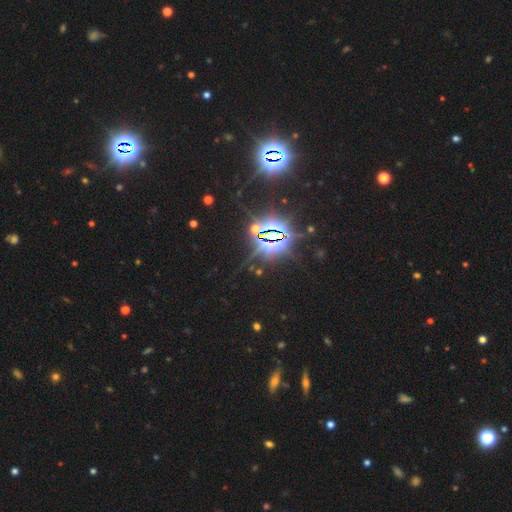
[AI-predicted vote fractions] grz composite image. It shows a star or artifact, not a galaxy (85%).